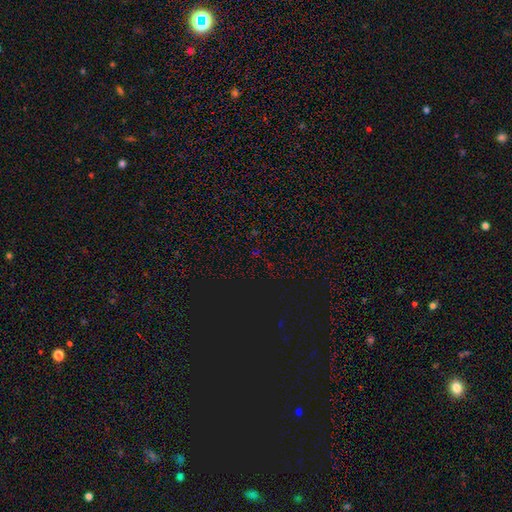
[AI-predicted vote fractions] This appears to be a star or artifact, not a galaxy (73%).